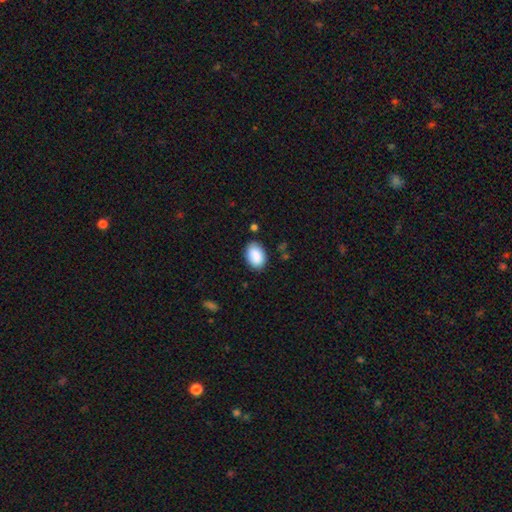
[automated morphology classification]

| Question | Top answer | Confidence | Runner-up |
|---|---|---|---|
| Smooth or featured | smooth | 88% | star or artifact (6%) |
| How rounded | in between | 86% | round (13%) |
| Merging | none | 81% | minor disturbance (13%) |